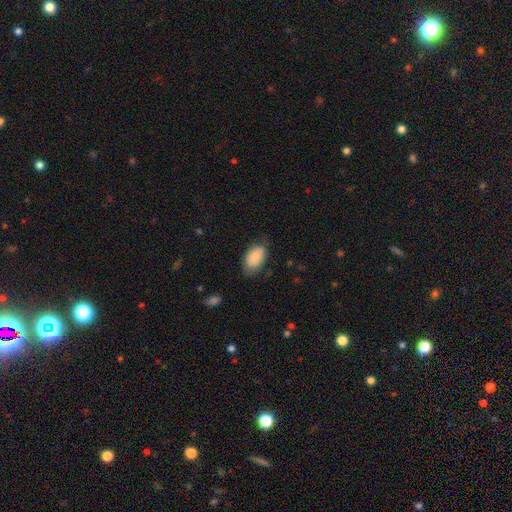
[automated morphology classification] smooth 83%, featured or disk 11%, star or artifact 6%. Down the decision tree: how rounded — in between (93%); merging — none (71%).